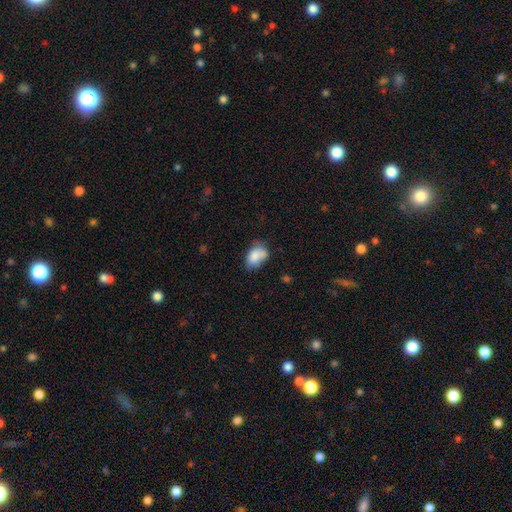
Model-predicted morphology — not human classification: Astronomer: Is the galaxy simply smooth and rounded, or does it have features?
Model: smooth — 80%.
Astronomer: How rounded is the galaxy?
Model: in between — 84%.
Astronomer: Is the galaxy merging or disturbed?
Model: none — 47% (runner-up: minor disturbance, 31%).